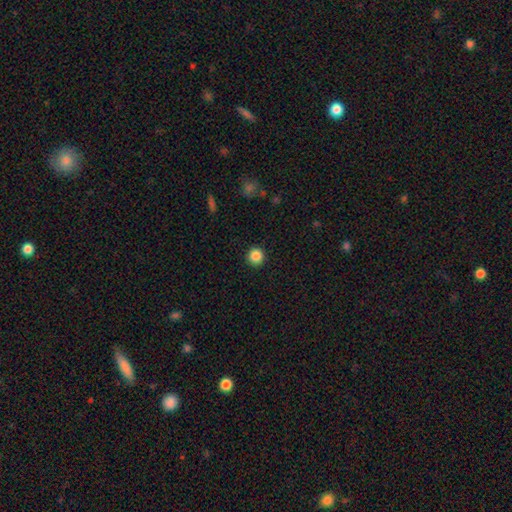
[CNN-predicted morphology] Q: Smooth or featured?
A: smooth (87%); runner-up: star or artifact (10%)
Q: How rounded?
A: round (95%); runner-up: in between (4%)
Q: Merging?
A: none (93%); runner-up: minor disturbance (5%)